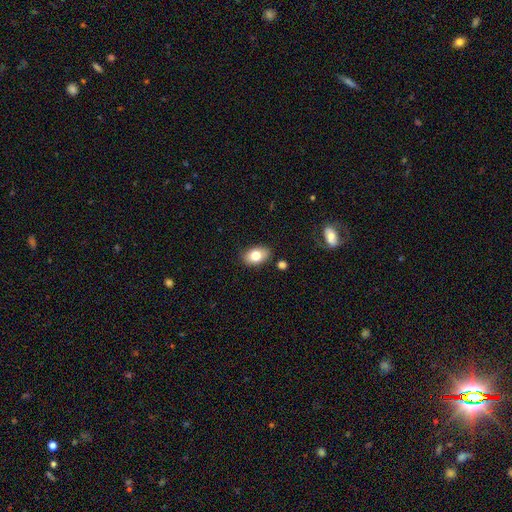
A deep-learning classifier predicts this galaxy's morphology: A smooth galaxy with no disk features (77%) that is in between round and cigar-shaped (84%). Merging: none (81%).